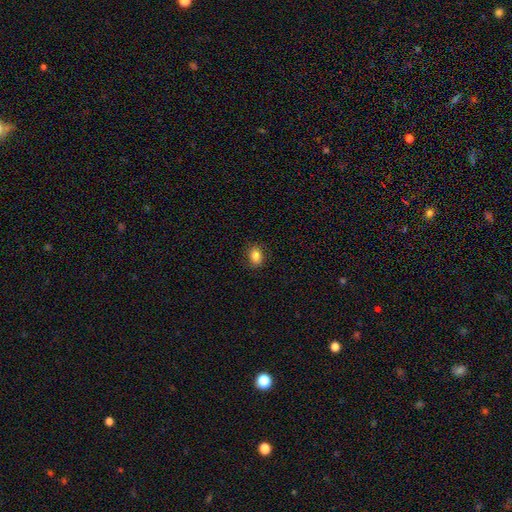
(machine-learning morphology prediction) smooth_or_featured: smooth (p=0.84) [alt: star or artifact p=0.10]
how_rounded: in between (p=0.63) [alt: round p=0.36]
merging: none (p=0.87) [alt: minor disturbance p=0.10]